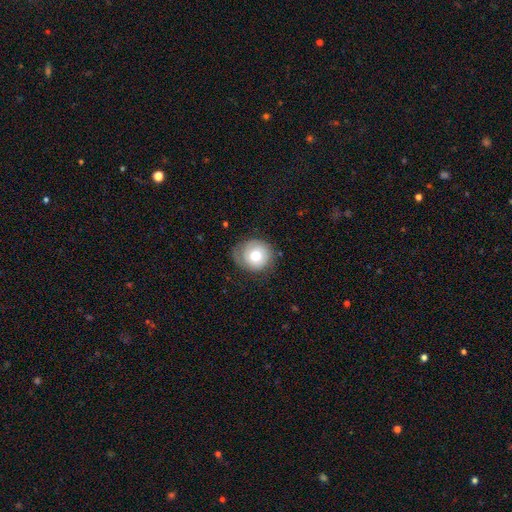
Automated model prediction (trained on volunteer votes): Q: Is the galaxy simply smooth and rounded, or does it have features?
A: smooth — 61%.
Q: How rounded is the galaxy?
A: round — 90%.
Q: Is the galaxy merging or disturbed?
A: none — 65%.